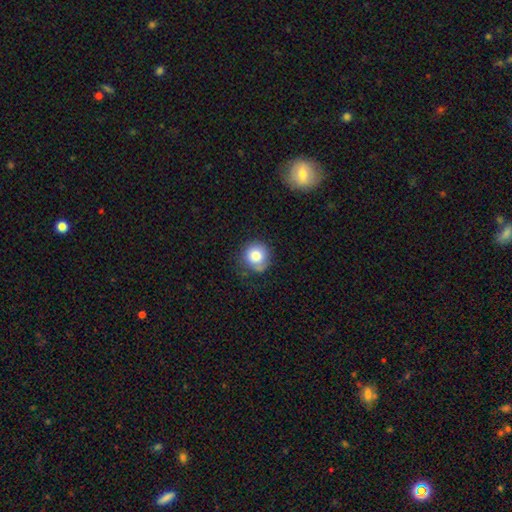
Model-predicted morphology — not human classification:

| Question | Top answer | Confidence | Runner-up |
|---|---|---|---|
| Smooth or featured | smooth | 81% | featured or disk (10%) |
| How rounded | round | 90% | in between (9%) |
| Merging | none | 70% | minor disturbance (22%) |